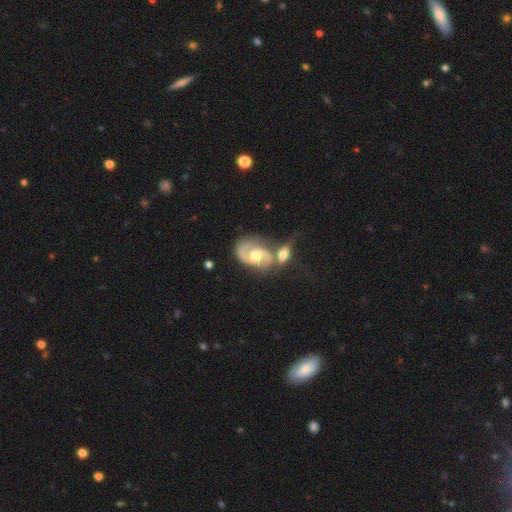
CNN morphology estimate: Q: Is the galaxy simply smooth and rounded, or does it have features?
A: featured or disk — 87%.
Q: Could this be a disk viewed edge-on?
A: no — 97%.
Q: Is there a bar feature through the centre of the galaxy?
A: no — 56%.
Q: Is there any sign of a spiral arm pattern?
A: yes — 96%.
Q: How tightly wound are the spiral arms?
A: medium — 53%.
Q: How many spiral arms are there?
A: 2 — 90%.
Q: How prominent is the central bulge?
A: moderate — 71%.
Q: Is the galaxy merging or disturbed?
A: merger — 45%.